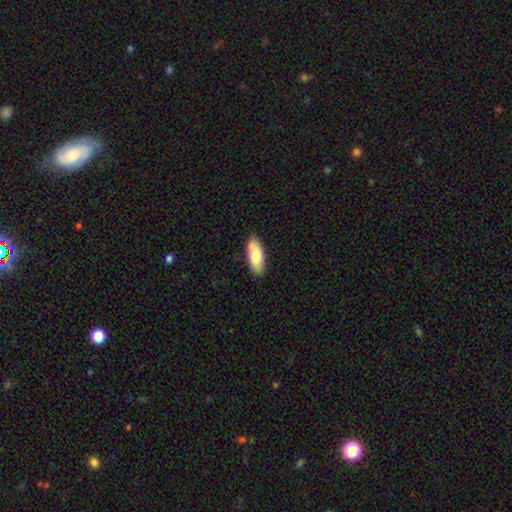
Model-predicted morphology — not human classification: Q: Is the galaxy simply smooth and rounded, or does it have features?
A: smooth — 74%.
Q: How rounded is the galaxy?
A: in between — 78%.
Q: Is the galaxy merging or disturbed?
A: none — 69%.